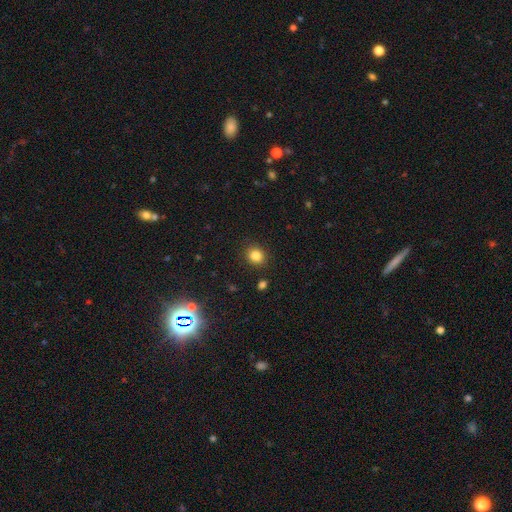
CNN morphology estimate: smooth-or-featured: smooth: 84% | star or artifact: 11% | featured or disk: 5%
  how-rounded: round: 72% | in between: 27% | cigar-shaped: 1%
  merging: none: 88% | minor disturbance: 8% | major disturbance: 2% | merger: 2%